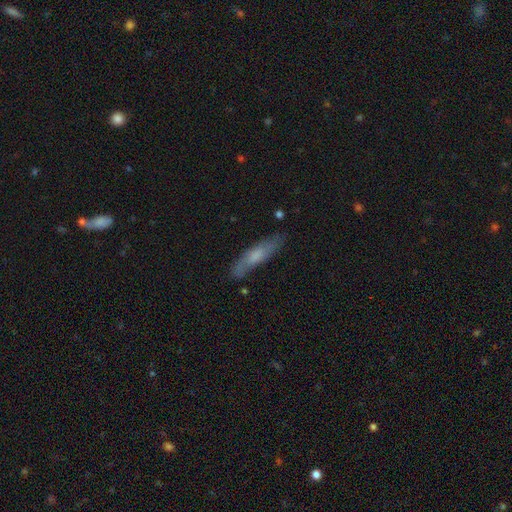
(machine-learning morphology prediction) The model was most divided on "smooth or featured": smooth: 54%, featured or disk: 39%, star or artifact: 7%. More confident: how rounded — cigar-shaped (79%); merging — none (77%).